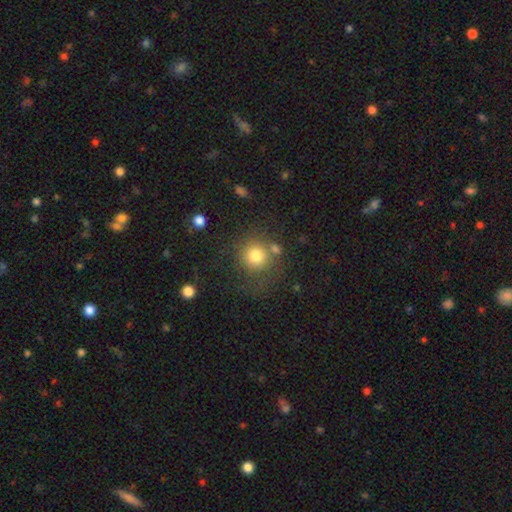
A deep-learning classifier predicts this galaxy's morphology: The model was most divided on "merging": none: 68%, minor disturbance: 13%, merger: 10%, major disturbance: 9%. More confident: how rounded — round (91%); smooth or featured — smooth (78%).